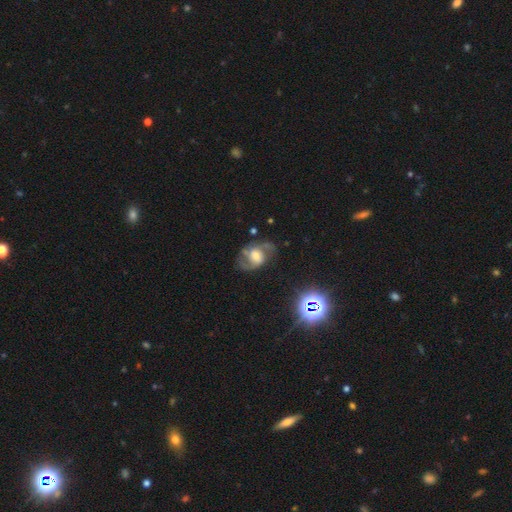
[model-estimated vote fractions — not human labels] Q: Smooth or featured?
A: featured or disk (74%); runner-up: smooth (17%)
Q: Edge-on disk?
A: no (97%); runner-up: yes (3%)
Q: Bar?
A: no (46%); runner-up: weak (40%)
Q: Spiral arms?
A: yes (89%); runner-up: no (11%)
Q: Spiral winding?
A: medium (53%); runner-up: loose (29%)
Q: Spiral arm count?
A: 2 (84%); runner-up: can't tell (8%)
Q: Bulge size?
A: moderate (46%); runner-up: large (23%)
Q: Merging?
A: none (64%); runner-up: minor disturbance (19%)